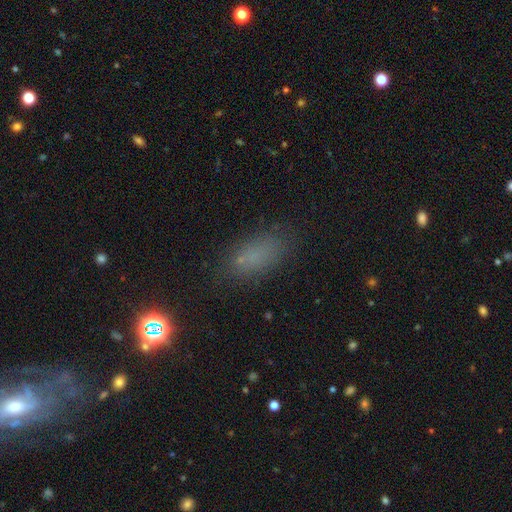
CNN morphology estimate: Overall: smooth (71%). How rounded: in between (81%). Merging: none (77%).